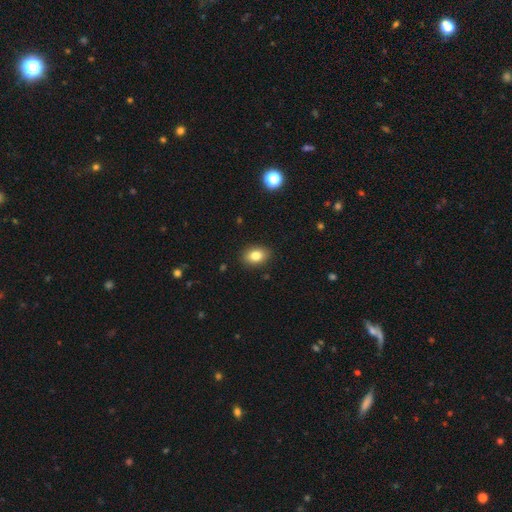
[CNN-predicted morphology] Q: Smooth or featured?
A: smooth (83%); runner-up: star or artifact (9%)
Q: How rounded?
A: in between (75%); runner-up: round (23%)
Q: Merging?
A: none (89%); runner-up: minor disturbance (8%)